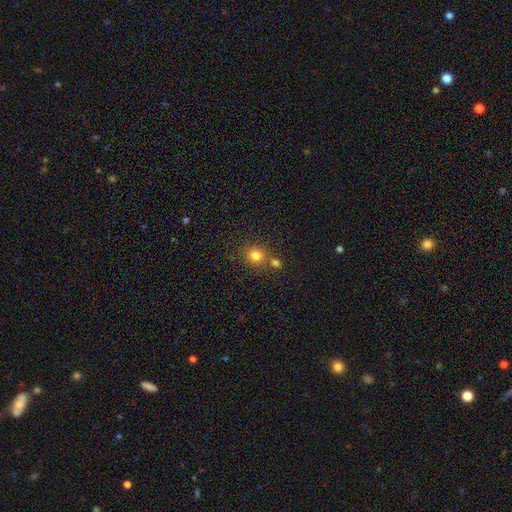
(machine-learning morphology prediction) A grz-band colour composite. It shows a smooth galaxy with no disk features (80%) that is round (86%). Merging: none (70%).